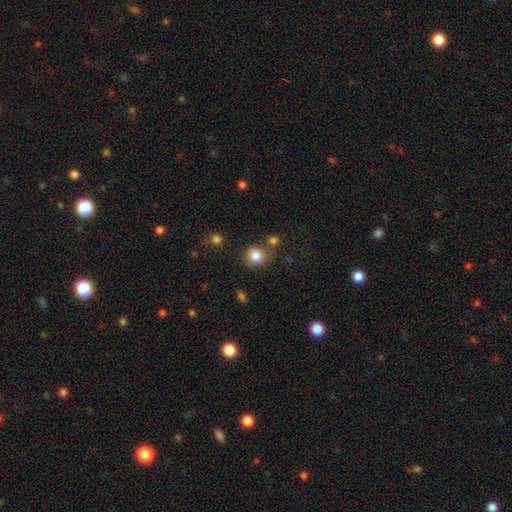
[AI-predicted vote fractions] smooth-or-featured: smooth: 84% | star or artifact: 10% | featured or disk: 5%
  how-rounded: round: 86% | in between: 13% | cigar-shaped: 1%
  merging: none: 74% | minor disturbance: 12% | merger: 10% | major disturbance: 4%